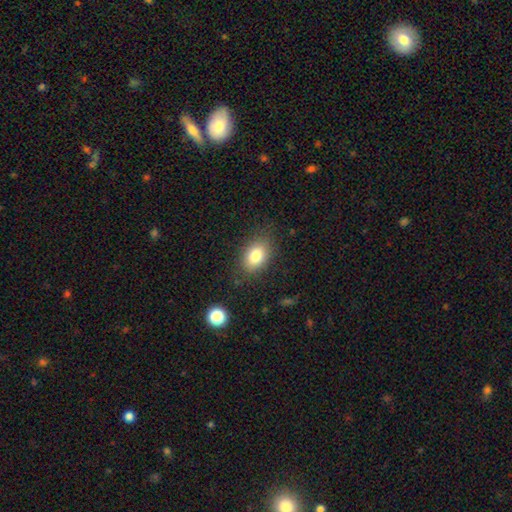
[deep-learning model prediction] Smooth or featured? Predicted: smooth (p=0.81). How rounded? Predicted: in between (p=0.82). Merging? Predicted: none (p=0.82).